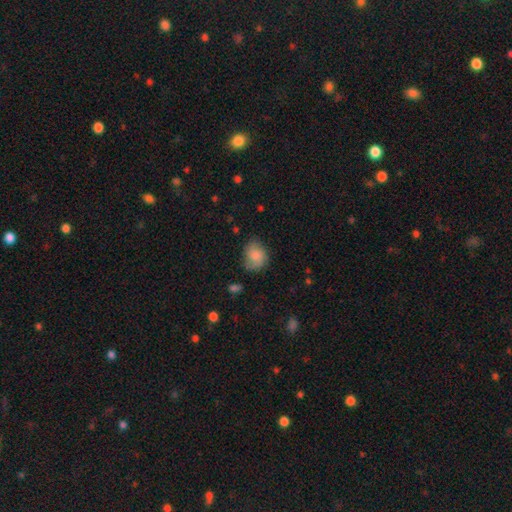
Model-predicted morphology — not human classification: smooth-or-featured: smooth: 78% | featured or disk: 15% | star or artifact: 8%
  how-rounded: round: 57% | in between: 42% | cigar-shaped: 1%
  merging: none: 65% | minor disturbance: 26% | major disturbance: 8% | merger: 2%